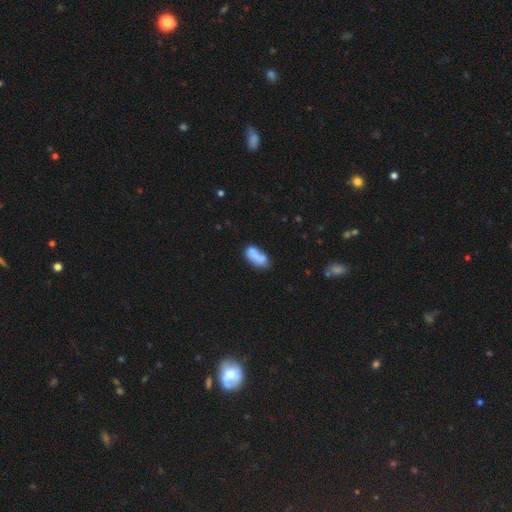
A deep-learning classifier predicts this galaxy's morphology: type=smooth (73%); roundness=in between (86%); merging=merger (35%).